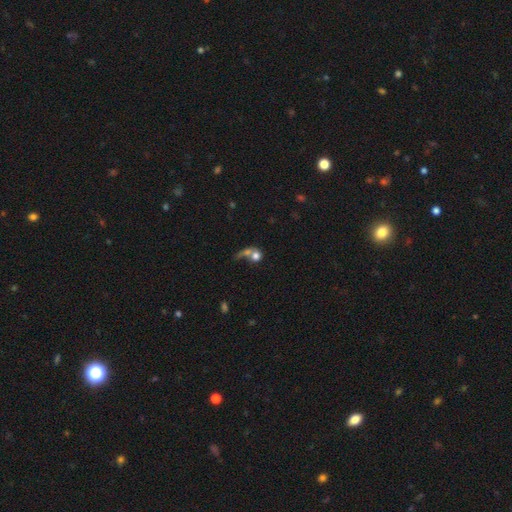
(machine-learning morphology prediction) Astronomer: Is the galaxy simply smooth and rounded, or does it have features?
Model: smooth — 65%.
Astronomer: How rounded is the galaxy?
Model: round — 76%.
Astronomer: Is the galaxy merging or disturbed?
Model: merger — 51%.